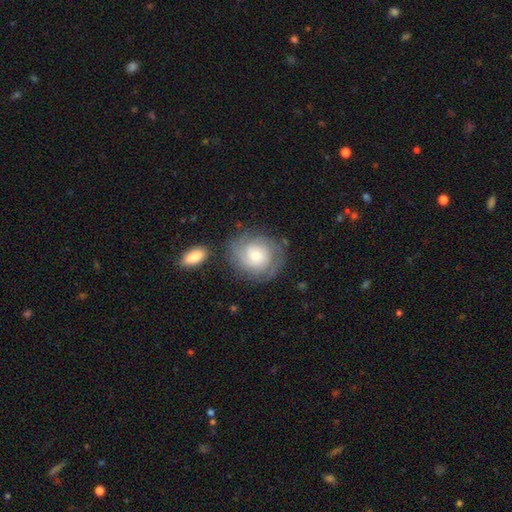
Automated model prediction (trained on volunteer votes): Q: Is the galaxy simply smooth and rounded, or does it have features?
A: featured or disk — 69%.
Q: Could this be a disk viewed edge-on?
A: no — 97%.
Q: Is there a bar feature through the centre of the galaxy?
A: no — 73%.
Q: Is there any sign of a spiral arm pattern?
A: yes — 92%.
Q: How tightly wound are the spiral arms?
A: tight — 64%.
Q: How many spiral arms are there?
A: can't tell — 33%.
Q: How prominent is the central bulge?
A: moderate — 43%.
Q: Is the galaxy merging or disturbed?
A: none — 75%.